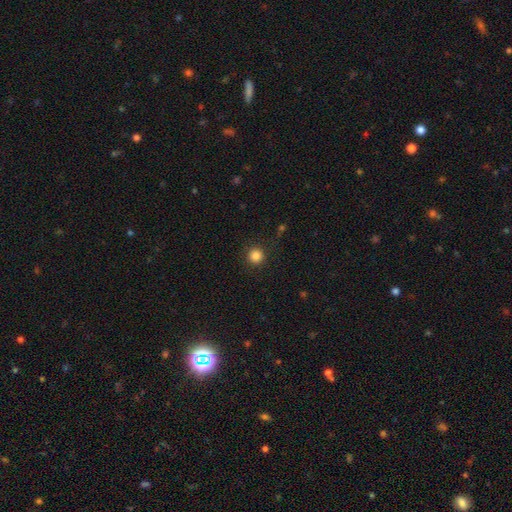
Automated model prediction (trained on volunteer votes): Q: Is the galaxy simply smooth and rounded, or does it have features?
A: smooth — 85%.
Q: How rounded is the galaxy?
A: round — 95%.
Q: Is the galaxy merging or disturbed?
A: none — 90%.